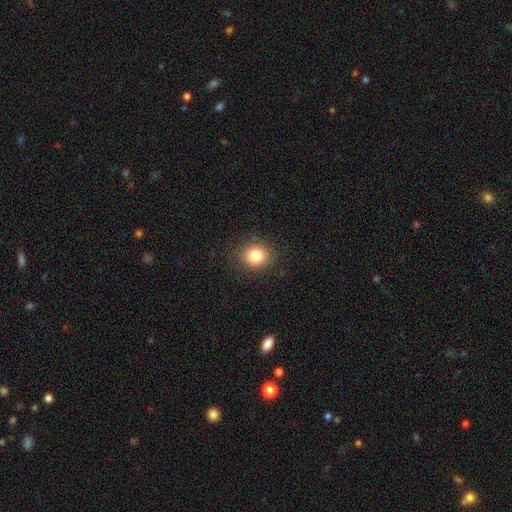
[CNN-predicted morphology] Smooth or featured?
  - smooth: 82% *
  - star or artifact: 11%
  - featured or disk: 7%
How rounded?
  - round: 79% *
  - in between: 21%
  - cigar-shaped: 1%
Merging?
  - none: 88% *
  - minor disturbance: 8%
  - major disturbance: 3%
  - merger: 1%